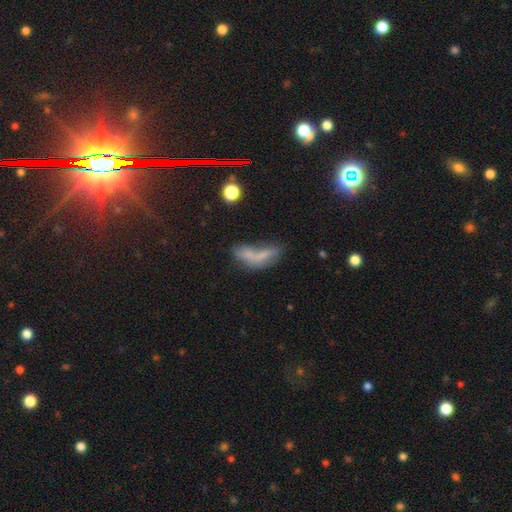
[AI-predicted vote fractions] A smooth galaxy with no disk features (55%) that is in between round and cigar-shaped (64%).

Vote fractions:
- Smooth or featured? smooth: 55% / featured or disk: 28% / star or artifact: 17%
- How rounded? in between: 64% / cigar-shaped: 31% / round: 5%
- Merging? none: 28% / merger: 26% / major disturbance: 26% / minor disturbance: 20%